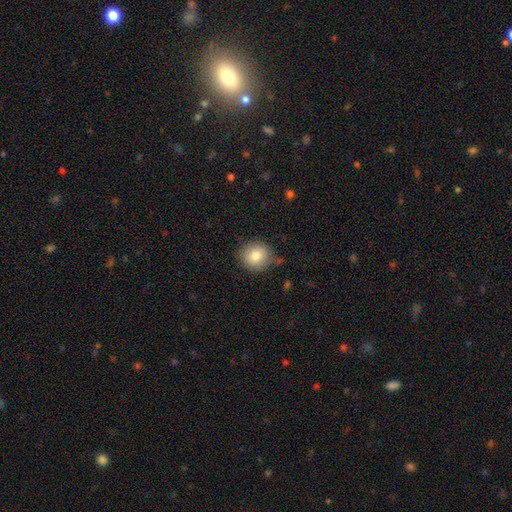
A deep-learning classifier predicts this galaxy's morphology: type=smooth (82%); roundness=round (85%); merging=none (81%).